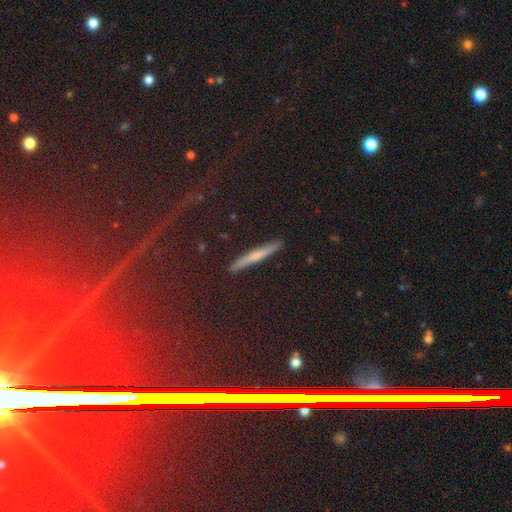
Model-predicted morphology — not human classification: smooth_or_featured: smooth (p=0.48) [alt: featured or disk p=0.39]
merging: none (p=0.89) [alt: minor disturbance p=0.08]